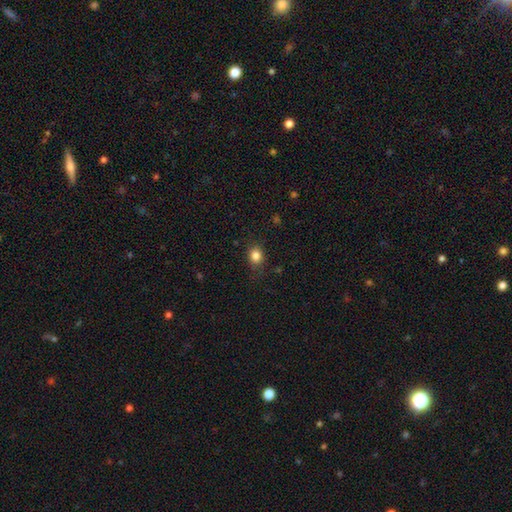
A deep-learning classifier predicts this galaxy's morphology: type=smooth (83%); roundness=round (64%); merging=none (81%).